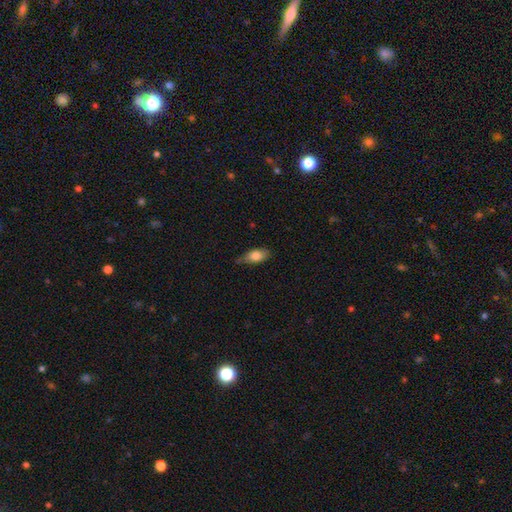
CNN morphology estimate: Smooth or featured: smooth — 81% (featured or disk — 12%)
How rounded: in between — 85% (cigar-shaped — 10%)
Merging: none — 59% (minor disturbance — 32%)